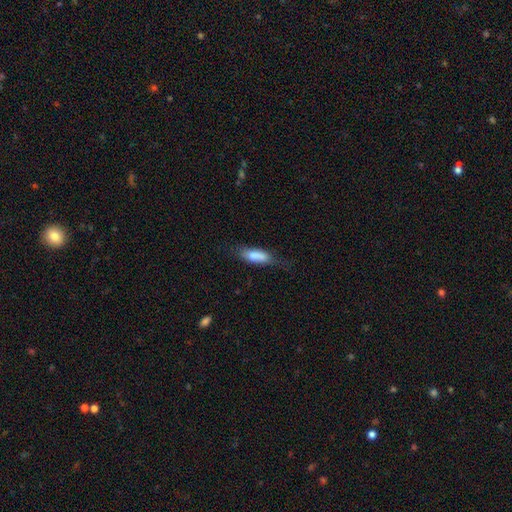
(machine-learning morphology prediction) smooth 76%, featured or disk 17%, star or artifact 7%. Down the decision tree: how rounded — in between (59%); merging — none (51%).